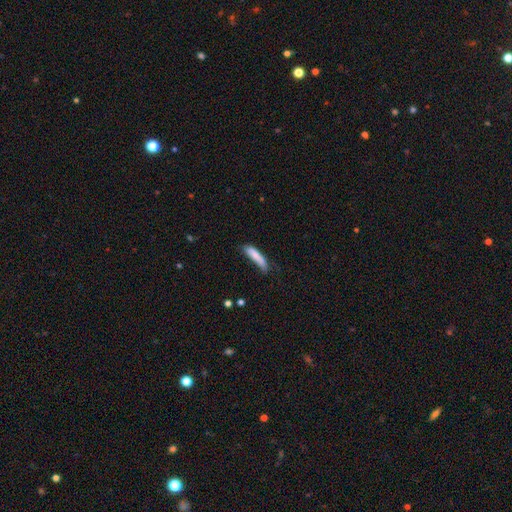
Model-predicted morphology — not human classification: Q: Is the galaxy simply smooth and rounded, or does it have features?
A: smooth — 80%.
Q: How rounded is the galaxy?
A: cigar-shaped — 80%.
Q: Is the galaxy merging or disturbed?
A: none — 52%.